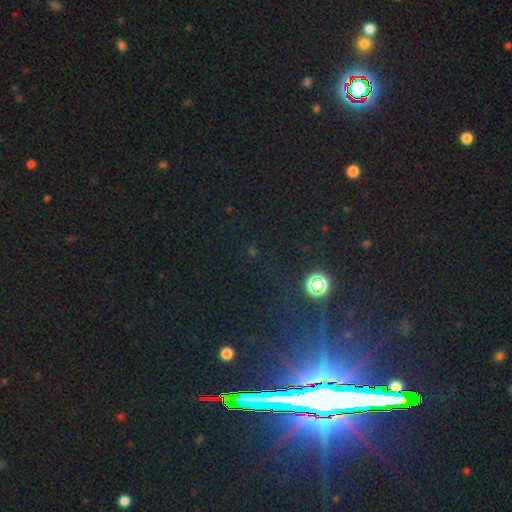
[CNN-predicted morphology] smooth_or_featured: star or artifact (p=0.83) [alt: featured or disk p=0.09]